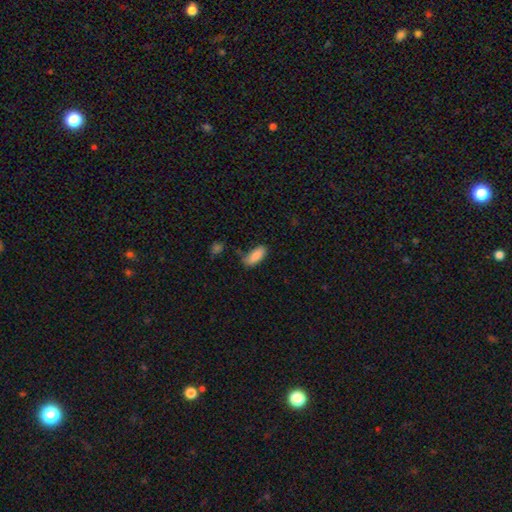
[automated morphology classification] smooth 87%, star or artifact 7%, featured or disk 6%. Down the decision tree: how rounded — in between (85%); merging — none (66%).